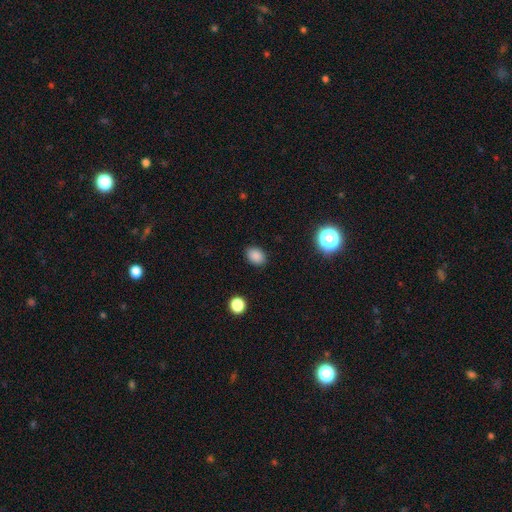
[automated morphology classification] A smooth galaxy with no disk features (85%) that is in between round and cigar-shaped (68%).

Vote fractions:
- Smooth or featured? smooth: 85% / star or artifact: 11% / featured or disk: 3%
- How rounded? in between: 68% / round: 31% / cigar-shaped: 1%
- Merging? none: 87% / minor disturbance: 9% / major disturbance: 3% / merger: 1%